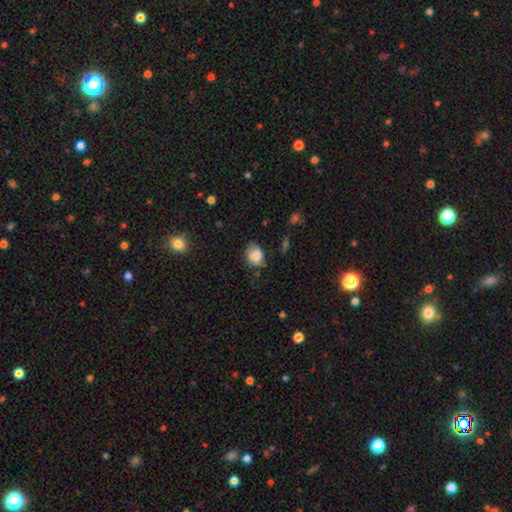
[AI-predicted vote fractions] smooth-or-featured: smooth: 77% | featured or disk: 14% | star or artifact: 9%
  how-rounded: in between: 67% | round: 32% | cigar-shaped: 1%
  merging: none: 51% | minor disturbance: 34% | major disturbance: 11% | merger: 4%